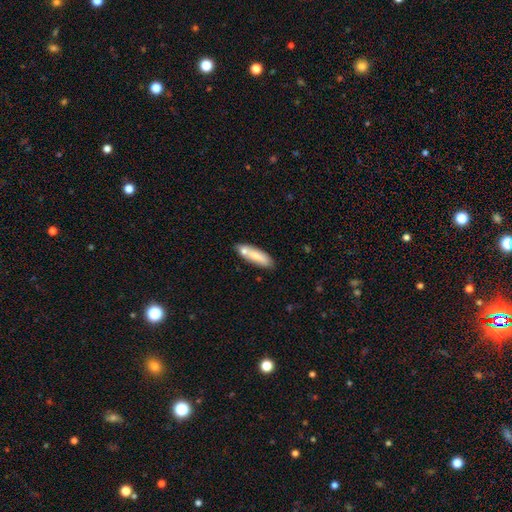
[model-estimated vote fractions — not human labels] Morphology: type=smooth (75%); roundness=cigar-shaped (59%); merging=none (60%).